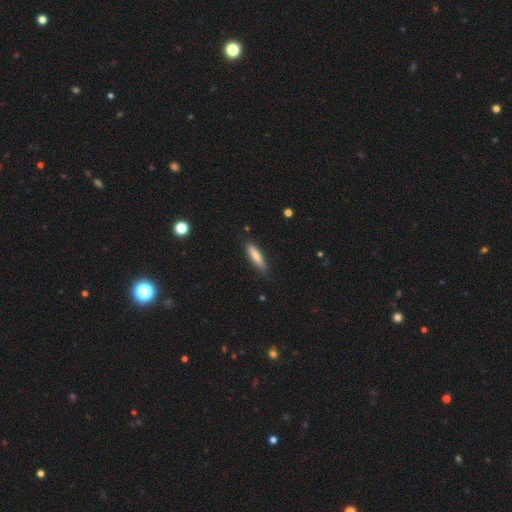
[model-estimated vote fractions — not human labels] Smooth or featured?
  - smooth: 78% *
  - featured or disk: 16%
  - star or artifact: 6%
How rounded?
  - cigar-shaped: 72% *
  - in between: 27%
  - round: 1%
Merging?
  - none: 81% *
  - minor disturbance: 15%
  - major disturbance: 2%
  - merger: 1%